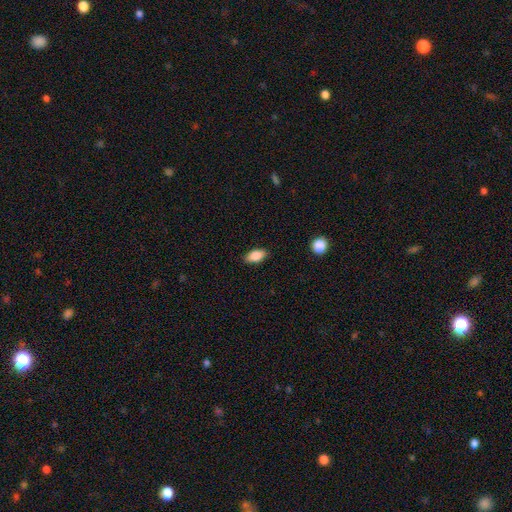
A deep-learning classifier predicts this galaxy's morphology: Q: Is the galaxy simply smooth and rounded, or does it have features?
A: smooth — 86%.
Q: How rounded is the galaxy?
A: in between — 89%.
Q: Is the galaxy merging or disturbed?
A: none — 87%.